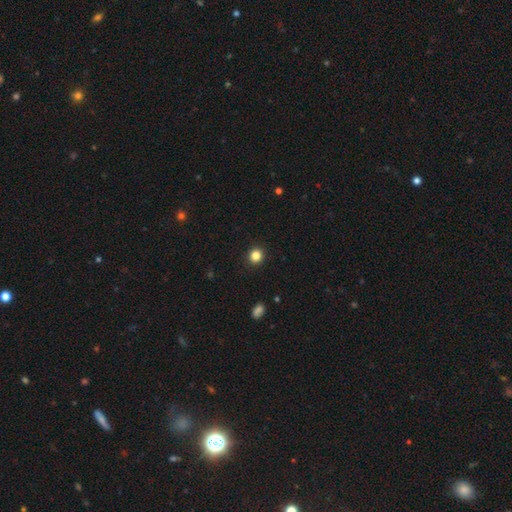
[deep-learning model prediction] Morphology: type=smooth (84%); roundness=round (92%); merging=none (93%).